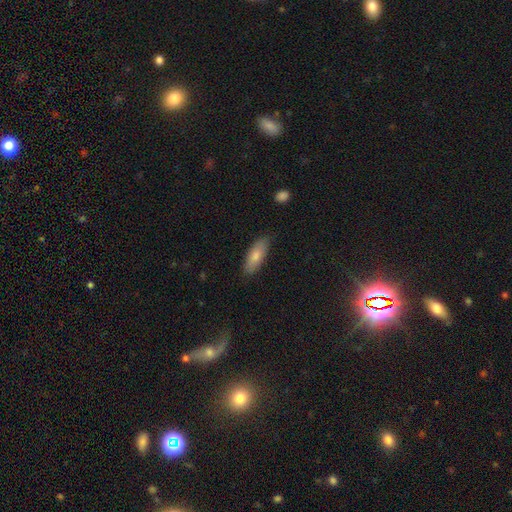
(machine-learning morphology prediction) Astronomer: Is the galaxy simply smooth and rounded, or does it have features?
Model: smooth — 78%.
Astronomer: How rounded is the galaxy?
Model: in between — 69%.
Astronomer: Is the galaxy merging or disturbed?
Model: none — 83%.